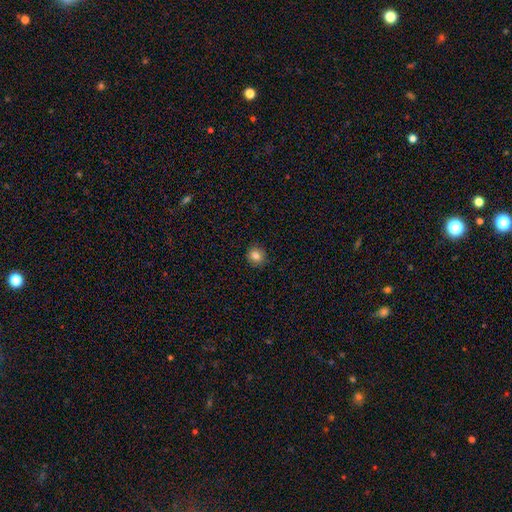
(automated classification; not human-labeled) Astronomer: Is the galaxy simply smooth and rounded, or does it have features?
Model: smooth — 83%.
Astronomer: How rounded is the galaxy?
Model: round — 88%.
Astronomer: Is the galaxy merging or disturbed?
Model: none — 91%.